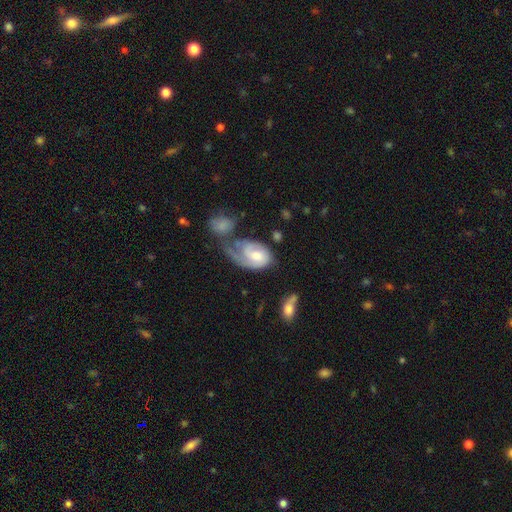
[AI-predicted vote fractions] The model was most divided on "merging": major disturbance: 33%, merger: 28%, none: 21%, minor disturbance: 18%. More confident: edge-on disk — no (96%); spiral arms — yes (83%); bar — no (61%); smooth or featured — featured or disk (60%); bulge size — moderate (54%).